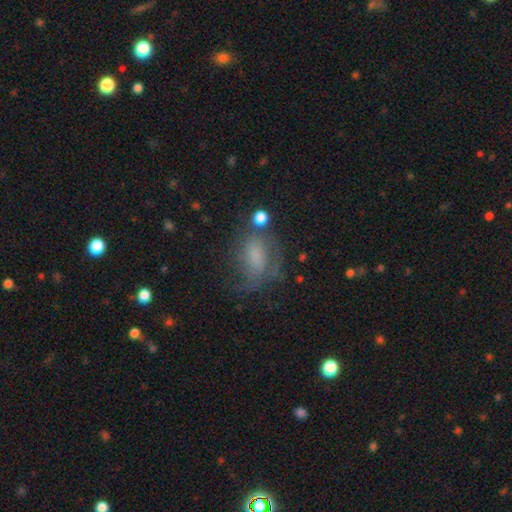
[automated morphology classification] Smooth or featured? Predicted: smooth (p=0.46). Merging? Predicted: none (p=0.43).